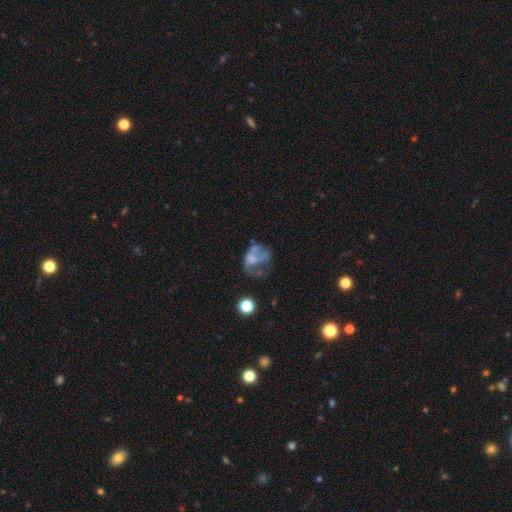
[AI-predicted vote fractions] Overall: smooth (43%, tied with featured or disk). Merging: major disturbance (42%; none 26%).